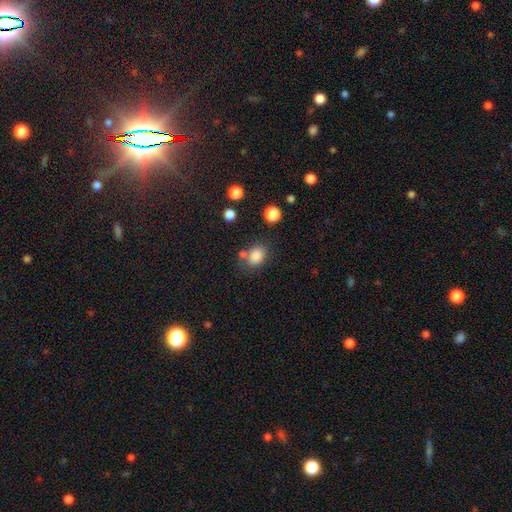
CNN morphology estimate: The model was most divided on "how rounded": in between: 59%, round: 40%, cigar-shaped: 1%. More confident: smooth or featured — smooth (84%); merging — none (65%).